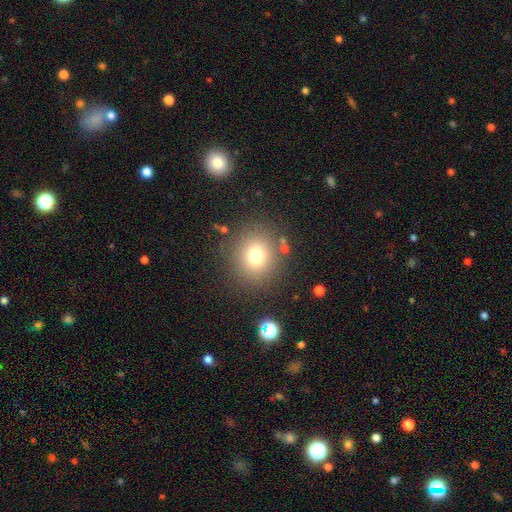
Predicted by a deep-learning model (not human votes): Smooth or featured?
  - smooth: 73% *
  - star or artifact: 16%
  - featured or disk: 11%
How rounded?
  - round: 85% *
  - in between: 14%
  - cigar-shaped: 1%
Merging?
  - none: 84% *
  - minor disturbance: 9%
  - major disturbance: 4%
  - merger: 3%